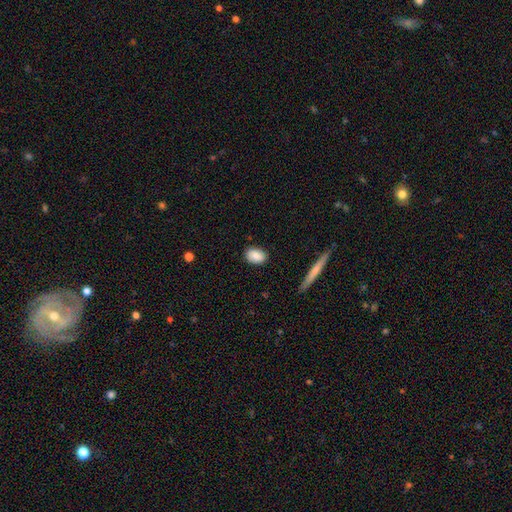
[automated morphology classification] This is clearly a smooth galaxy (83%). How rounded: clearly in between (83%). Merging: clearly none (85%).